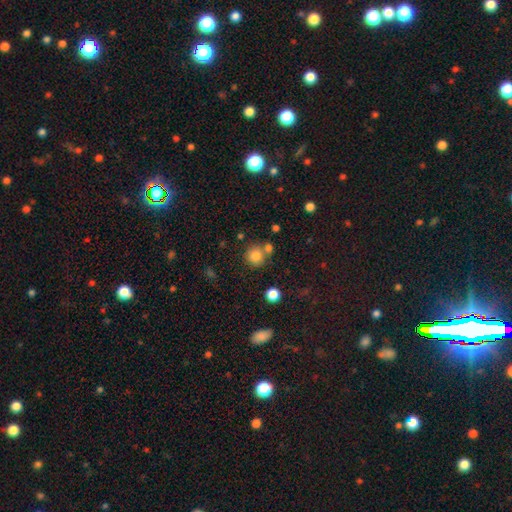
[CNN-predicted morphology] smooth_or_featured: smooth (p=0.82) [alt: star or artifact p=0.12]
how_rounded: round (p=0.91) [alt: in between p=0.08]
merging: none (p=0.67) [alt: merger p=0.20]